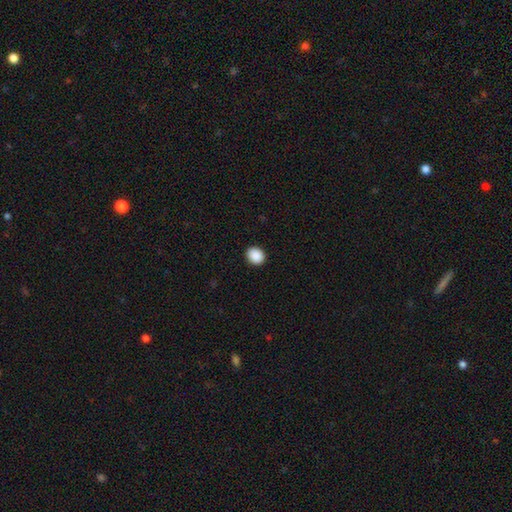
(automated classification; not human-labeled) Q: Smooth or featured?
A: smooth (90%); runner-up: star or artifact (8%)
Q: How rounded?
A: round (58%); runner-up: in between (42%)
Q: Merging?
A: none (92%); runner-up: minor disturbance (6%)